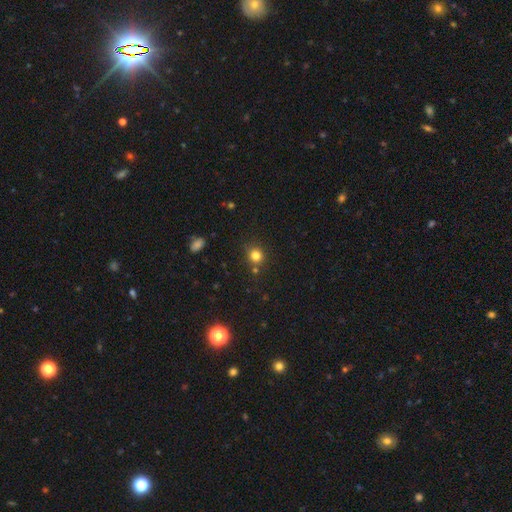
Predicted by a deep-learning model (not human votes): The model was most divided on "smooth or featured": smooth: 80%, star or artifact: 14%, featured or disk: 6%. More confident: how rounded — round (86%); merging — none (78%).